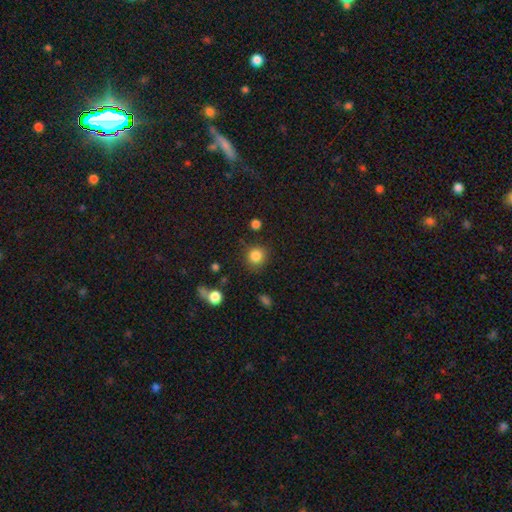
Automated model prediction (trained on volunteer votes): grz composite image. It shows a smooth galaxy with no disk features (85%) that is round (88%). Merging: none (83%).